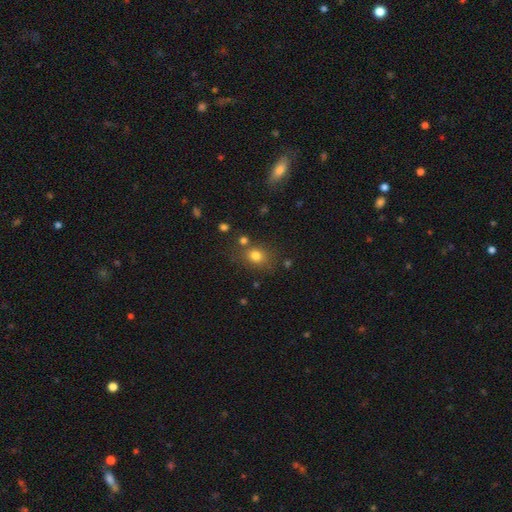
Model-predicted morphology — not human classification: Smooth or featured? Predicted: smooth (p=0.78). How rounded? Predicted: round (p=0.57). Merging? Predicted: none (p=0.70).